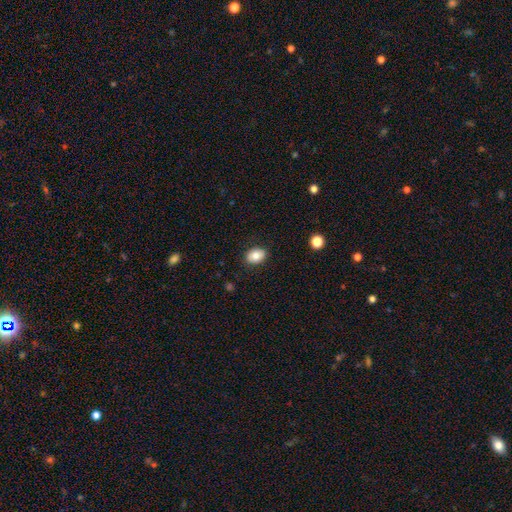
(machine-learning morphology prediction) Smooth or featured?
  - smooth: 81% *
  - featured or disk: 11%
  - star or artifact: 8%
How rounded?
  - in between: 72% *
  - round: 27%
  - cigar-shaped: 1%
Merging?
  - none: 87% *
  - minor disturbance: 10%
  - major disturbance: 2%
  - merger: 1%